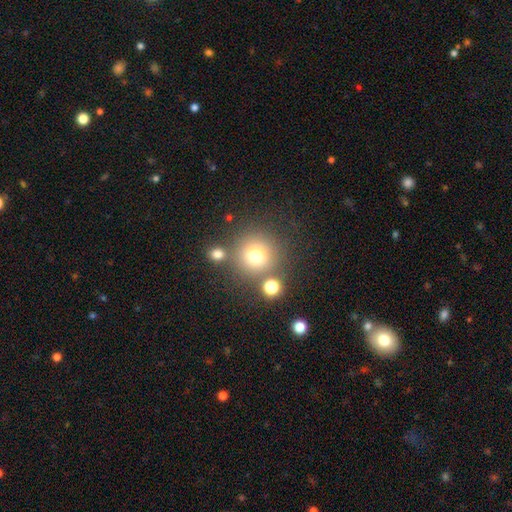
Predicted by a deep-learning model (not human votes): A smooth galaxy with no disk features (73%) that is round (94%). Merging: none (75%).